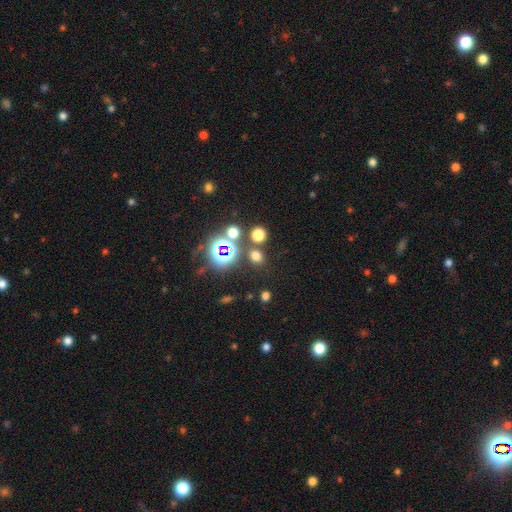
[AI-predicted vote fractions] Morphology: type=smooth (61%); roundness=round (70%); merging=none (79%).